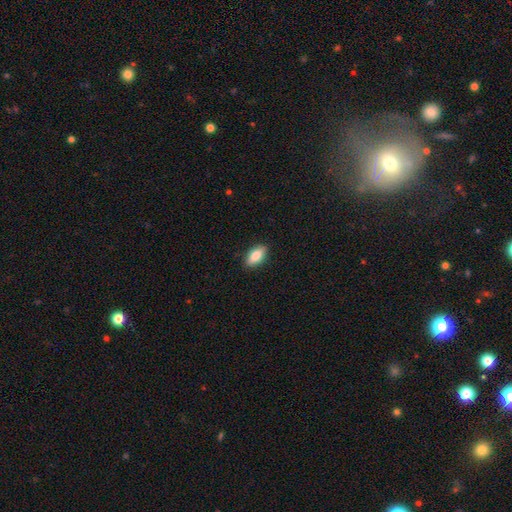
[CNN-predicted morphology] Overall: smooth (81%). How rounded: in between (87%). Merging: none (88%).